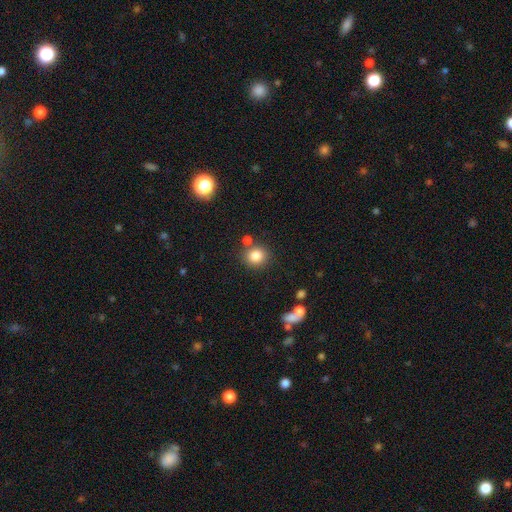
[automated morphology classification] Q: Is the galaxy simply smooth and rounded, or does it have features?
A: smooth — 82%.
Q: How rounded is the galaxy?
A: round — 85%.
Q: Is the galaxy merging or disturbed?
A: none — 76%.